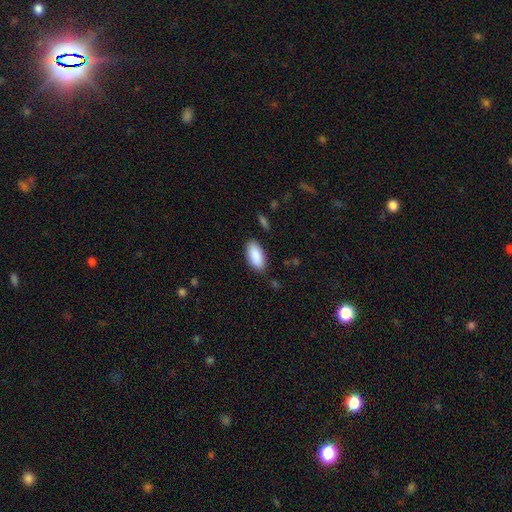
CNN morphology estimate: smooth-or-featured: smooth: 90% | star or artifact: 6% | featured or disk: 4%
  how-rounded: in between: 92% | cigar-shaped: 6% | round: 2%
  merging: none: 85% | minor disturbance: 11% | major disturbance: 3% | merger: 2%